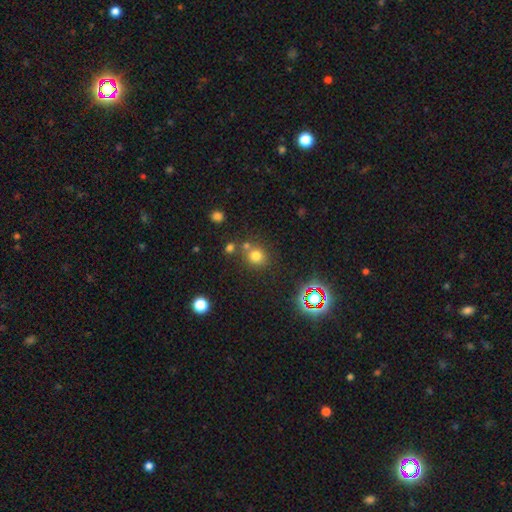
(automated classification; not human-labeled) This appears to be a smooth galaxy with no disk features (72%) that is round (83%). Merging: none (66%).